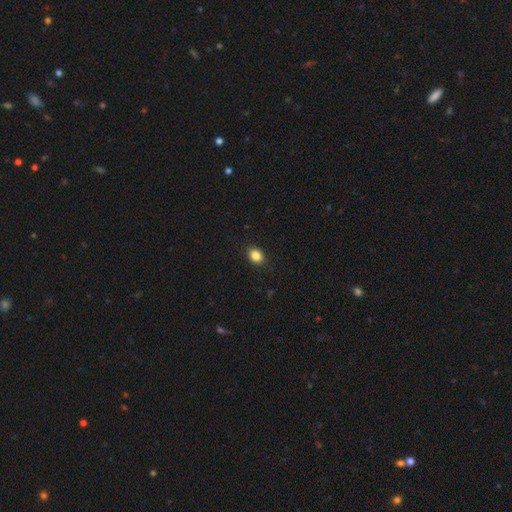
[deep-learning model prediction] A smooth galaxy with no disk features (86%) that is in between round and cigar-shaped (55%).

Vote fractions:
- Smooth or featured? smooth: 86% / star or artifact: 10% / featured or disk: 4%
- How rounded? in between: 55% / round: 44% / cigar-shaped: 1%
- Merging? none: 90% / minor disturbance: 7% / major disturbance: 2% / merger: 1%